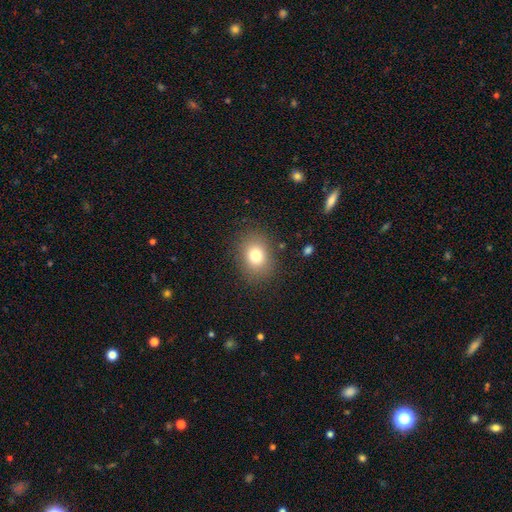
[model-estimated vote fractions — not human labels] Smooth or featured: smooth — 78% (star or artifact — 12%)
How rounded: in between — 53% (round — 46%)
Merging: none — 85% (minor disturbance — 10%)